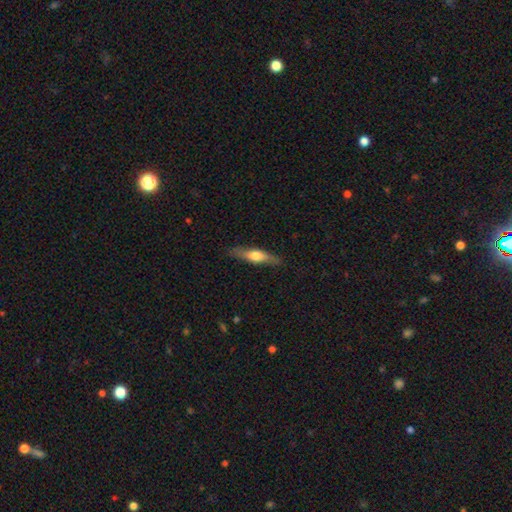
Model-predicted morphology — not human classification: Overall: featured or disk (49%; smooth 46%). Merging: none (84%).